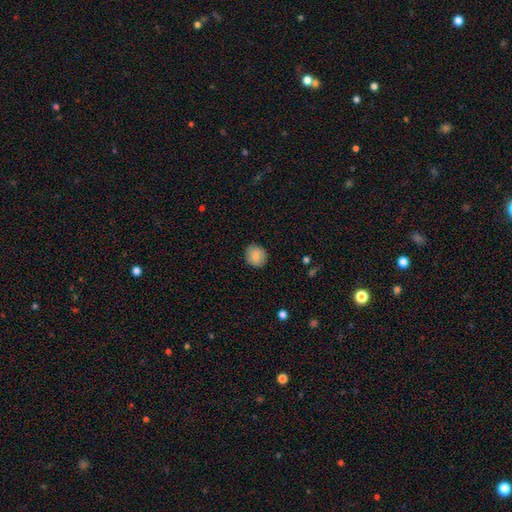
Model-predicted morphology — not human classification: A smooth galaxy with no disk features (84%) that is round (88%).

Vote fractions:
- Smooth or featured? smooth: 84% / featured or disk: 8% / star or artifact: 7%
- How rounded? round: 88% / in between: 11% / cigar-shaped: 1%
- Merging? none: 88% / minor disturbance: 9% / major disturbance: 2% / merger: 1%